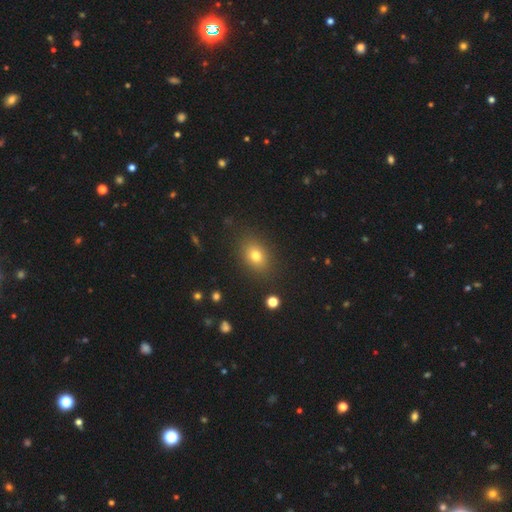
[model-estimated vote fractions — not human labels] Smooth or featured: smooth — 77% (star or artifact — 13%)
How rounded: in between — 62% (round — 36%)
Merging: none — 85% (minor disturbance — 10%)